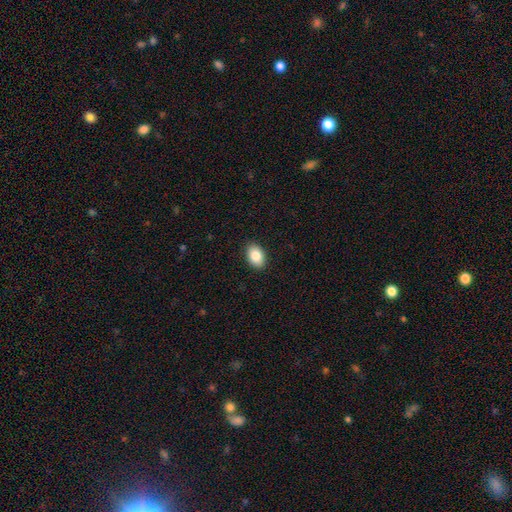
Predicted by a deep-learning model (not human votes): The model was most divided on "how rounded": in between: 85%, round: 14%, cigar-shaped: 1%. More confident: merging — none (90%); smooth or featured — smooth (85%).